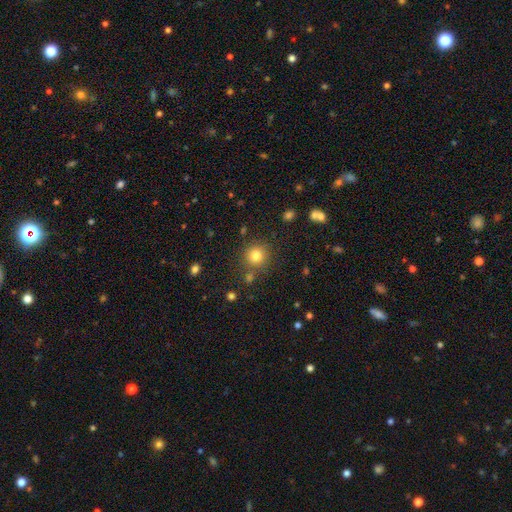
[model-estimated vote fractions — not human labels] smooth 80%, star or artifact 13%, featured or disk 7%. Down the decision tree: how rounded — round (93%); merging — none (83%).